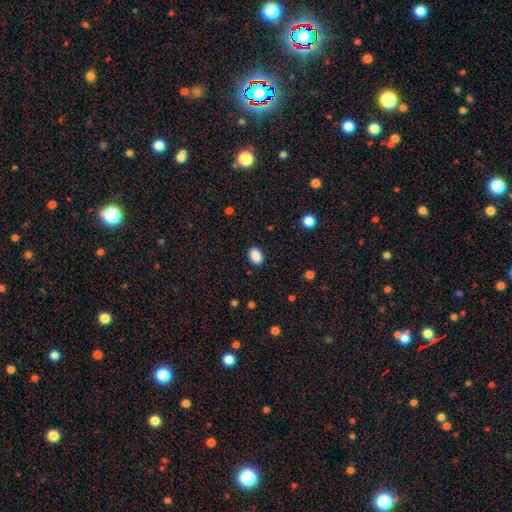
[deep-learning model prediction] Morphology: type=smooth (89%); roundness=in between (82%); merging=none (89%).